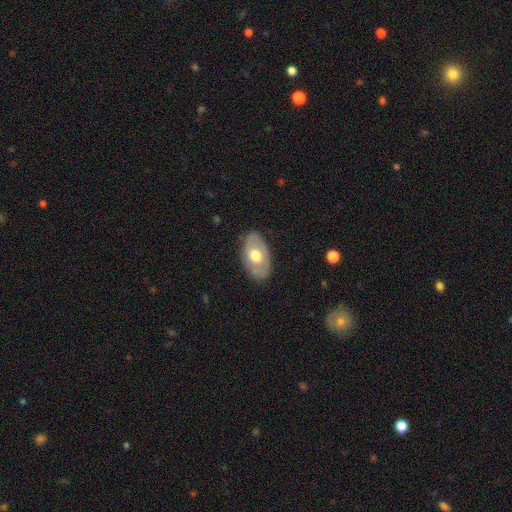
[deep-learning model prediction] Smooth or featured? smooth (52%)
How rounded? in between (91%)
Merging? none (79%)